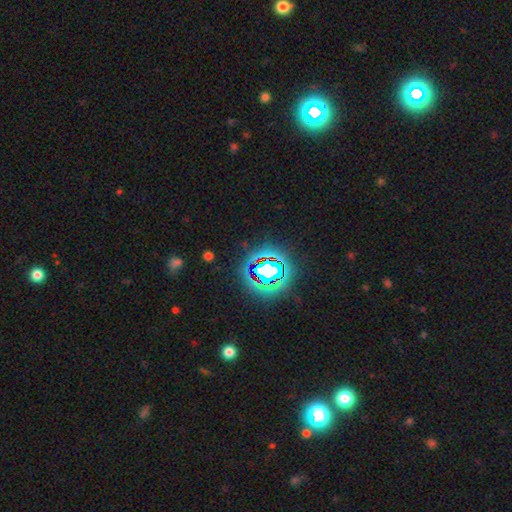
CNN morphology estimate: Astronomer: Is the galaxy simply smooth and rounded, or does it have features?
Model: star or artifact — 82%.